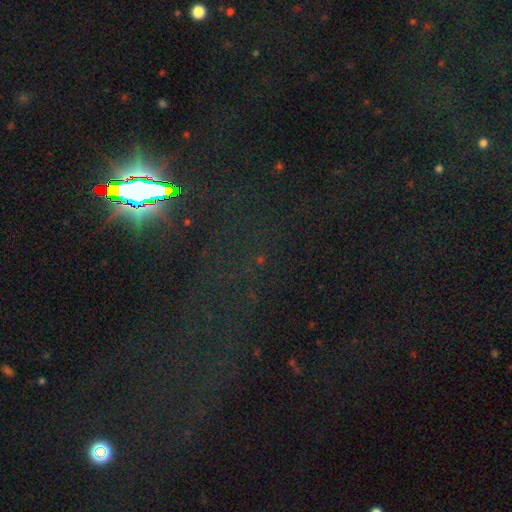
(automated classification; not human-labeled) Smooth or featured: star or artifact — 81% (smooth — 10%)